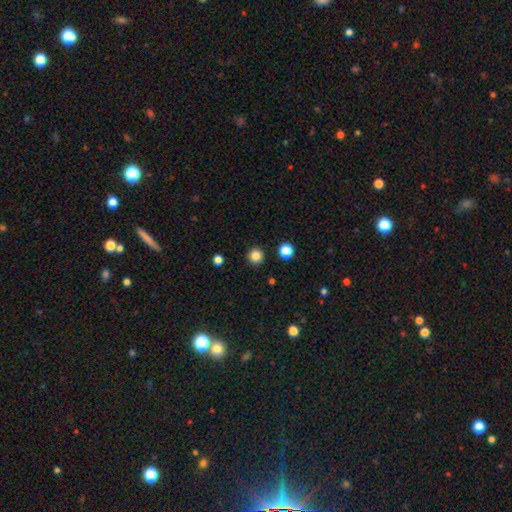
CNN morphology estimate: This appears to be a smooth galaxy with no disk features (85%) that is round (95%). Merging: none (93%).